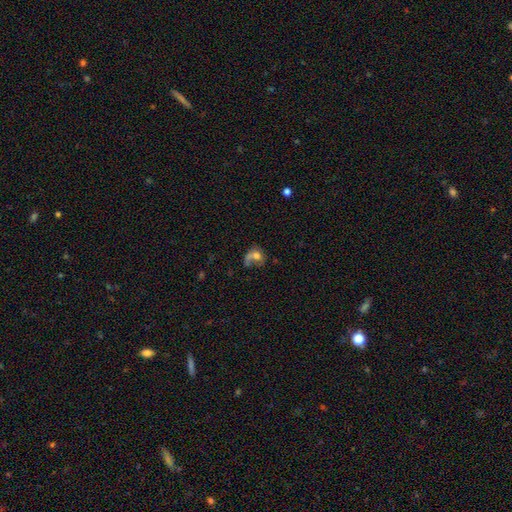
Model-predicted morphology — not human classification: Q: Smooth or featured?
A: smooth (56%); runner-up: featured or disk (32%)
Q: How rounded?
A: round (53%); runner-up: in between (45%)
Q: Merging?
A: major disturbance (35%); runner-up: none (27%)